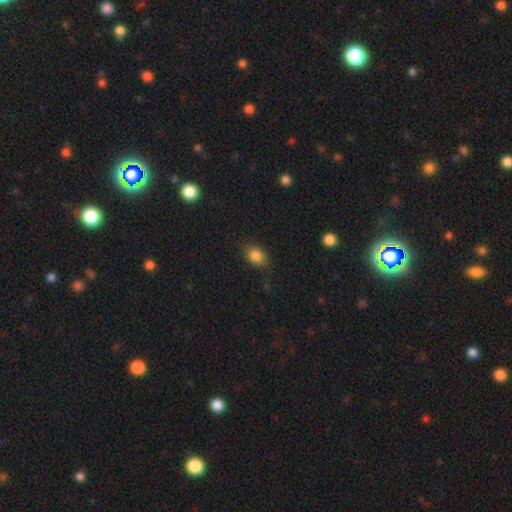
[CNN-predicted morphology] Smooth or featured: smooth — 84% (star or artifact — 10%)
How rounded: in between — 71% (round — 27%)
Merging: none — 78% (minor disturbance — 16%)